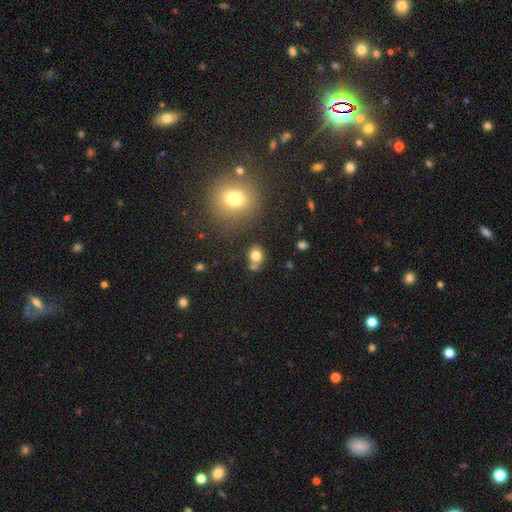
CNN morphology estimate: Smooth or featured? Predicted: smooth (p=0.79). How rounded? Predicted: round (p=0.65). Merging? Predicted: none (p=0.59).